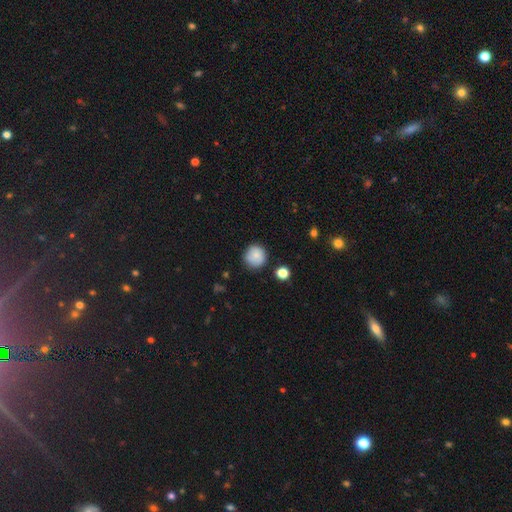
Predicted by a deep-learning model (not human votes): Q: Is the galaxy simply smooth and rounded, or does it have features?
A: smooth — 83%.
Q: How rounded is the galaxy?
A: round — 93%.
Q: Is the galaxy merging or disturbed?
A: none — 81%.